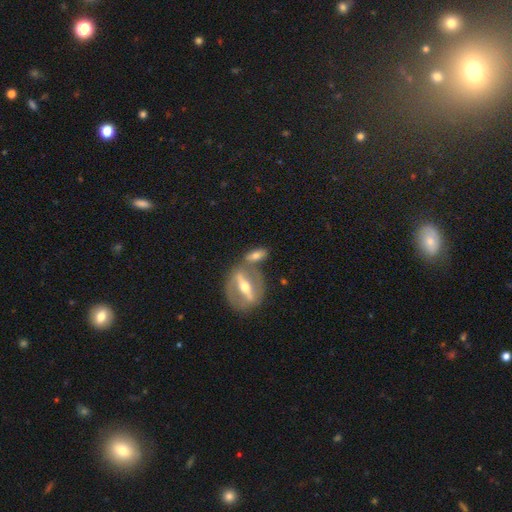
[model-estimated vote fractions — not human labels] This appears to be a featured or disk galaxy (50%) viewed edge-on (56%). Merging: none (56%).